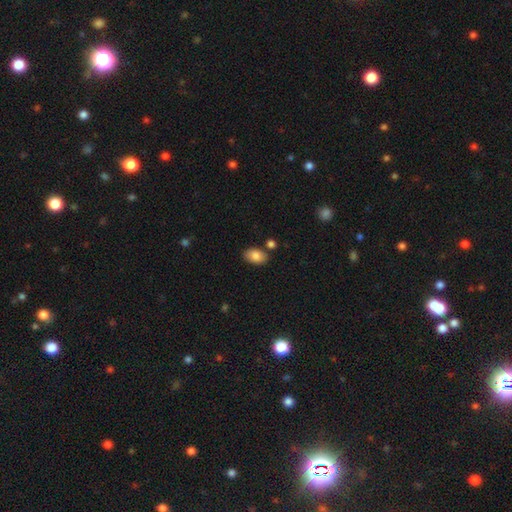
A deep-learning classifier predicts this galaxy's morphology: A smooth galaxy with no disk features (86%) that is in between round and cigar-shaped (90%). Merging: none (79%).